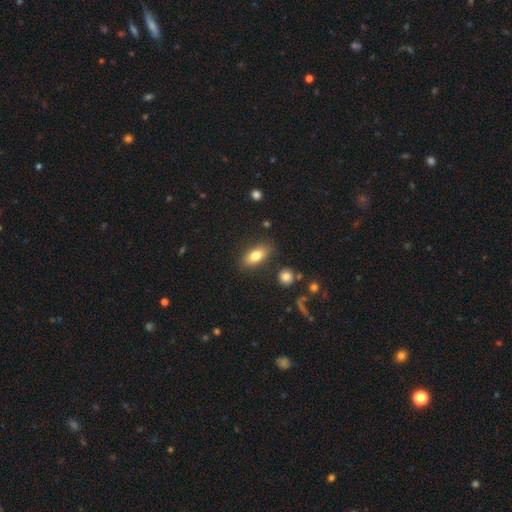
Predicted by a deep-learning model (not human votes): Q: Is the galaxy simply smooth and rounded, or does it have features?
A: smooth — 78%.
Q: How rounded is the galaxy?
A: in between — 83%.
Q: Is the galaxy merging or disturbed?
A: none — 83%.